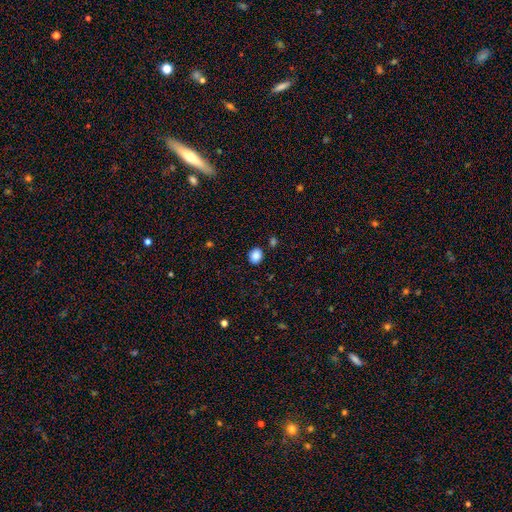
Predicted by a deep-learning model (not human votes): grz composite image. It shows a smooth galaxy with no disk features (86%) that is round (59%). Merging: none (86%).